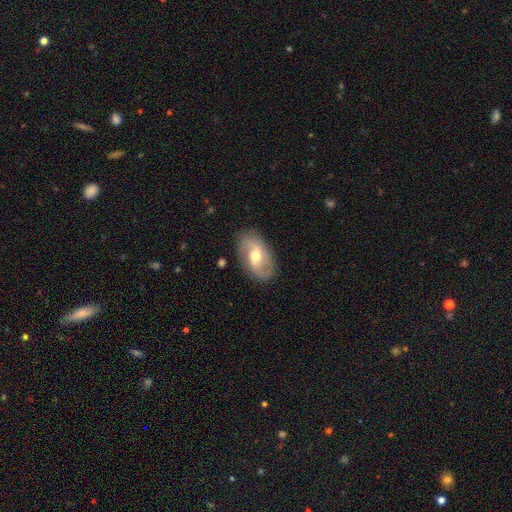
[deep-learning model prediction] This appears to be a featured or disk galaxy (68%) with a weak bar (46%), 2 (86%) loose (47%) spiral arms (82%) and a moderate central bulge (70%). Merging: none (83%).